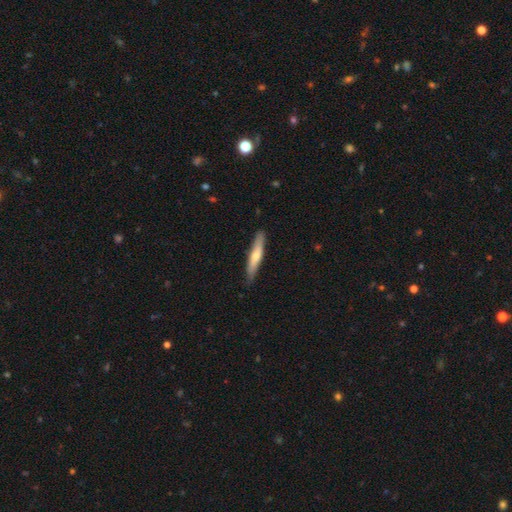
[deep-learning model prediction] Smooth or featured?
  - smooth: 57% *
  - featured or disk: 38%
  - star or artifact: 5%
How rounded?
  - cigar-shaped: 89% *
  - in between: 10%
  - round: 1%
Merging?
  - none: 85% *
  - minor disturbance: 12%
  - major disturbance: 2%
  - merger: 1%